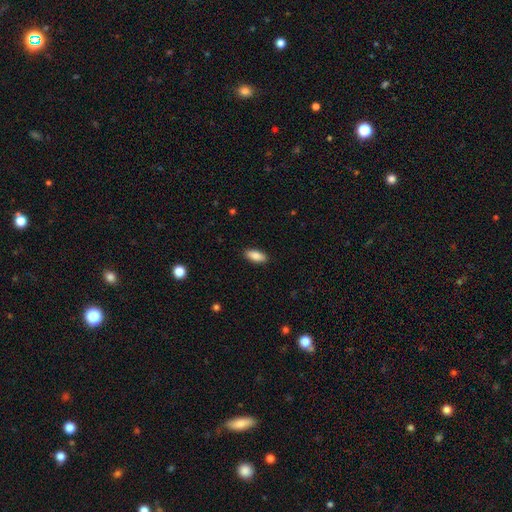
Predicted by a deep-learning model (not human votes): smooth 86%, featured or disk 7%, star or artifact 6%. Down the decision tree: how rounded — in between (83%); merging — none (89%).